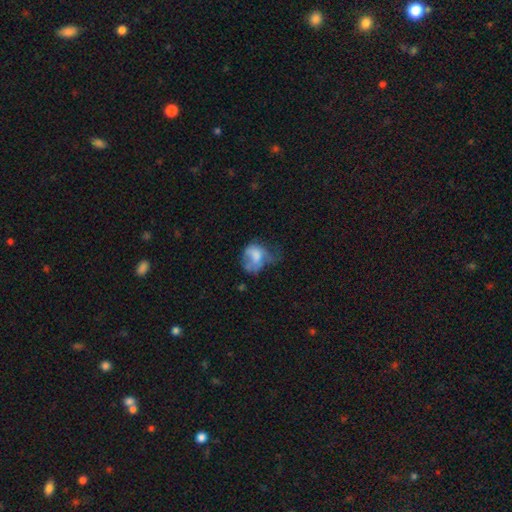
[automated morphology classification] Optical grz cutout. It shows a smooth galaxy with no disk features (57%) that is in between round and cigar-shaped (55%). Merging: major disturbance (43%).